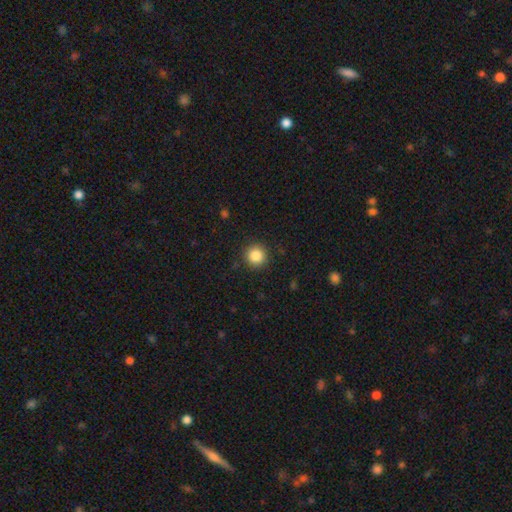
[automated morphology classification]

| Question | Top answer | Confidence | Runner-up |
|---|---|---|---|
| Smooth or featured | smooth | 85% | star or artifact (10%) |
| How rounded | round | 95% | in between (4%) |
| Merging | none | 91% | minor disturbance (6%) |